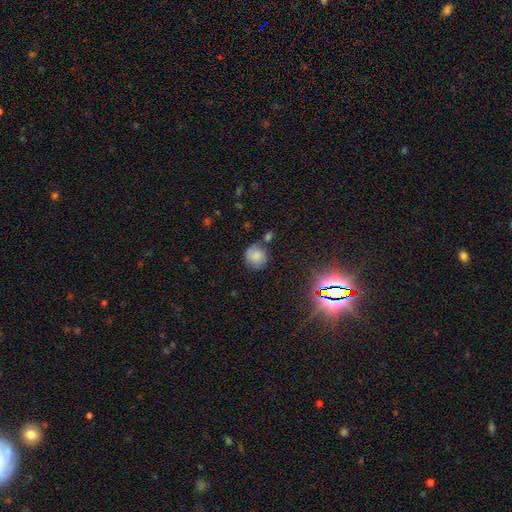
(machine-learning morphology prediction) Overall: smooth (80%). How rounded: round (85%). Merging: none (71%).